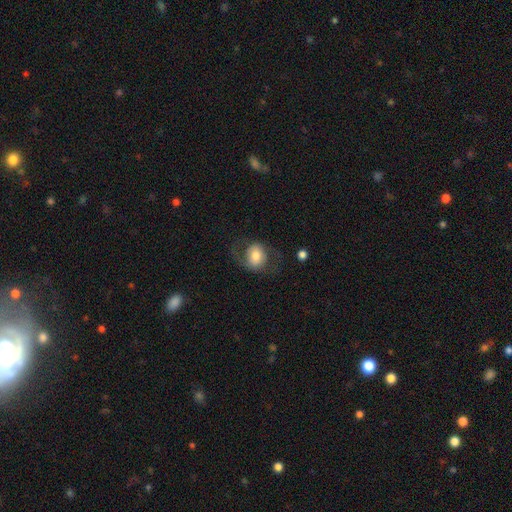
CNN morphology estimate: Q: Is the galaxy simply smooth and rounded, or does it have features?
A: smooth — 48%.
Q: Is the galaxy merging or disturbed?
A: none — 63%.